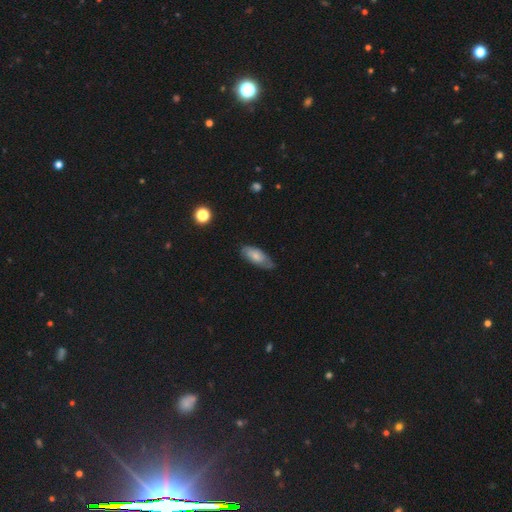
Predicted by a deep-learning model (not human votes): The model was most divided on "smooth or featured": smooth: 62%, featured or disk: 32%, star or artifact: 7%. More confident: how rounded — in between (83%); merging — none (65%).